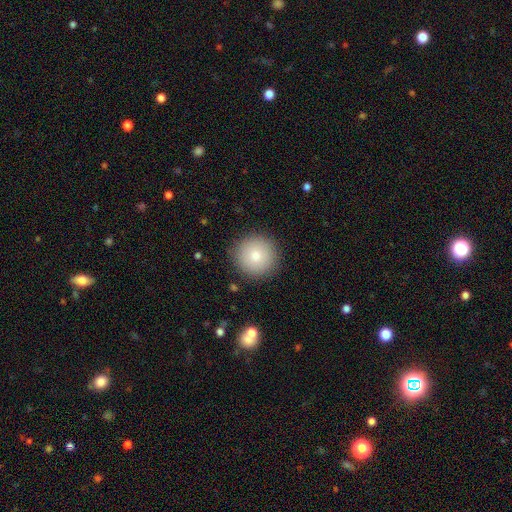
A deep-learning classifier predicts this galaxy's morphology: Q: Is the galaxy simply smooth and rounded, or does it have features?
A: smooth — 81%.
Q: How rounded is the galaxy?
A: round — 96%.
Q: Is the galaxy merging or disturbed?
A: none — 89%.